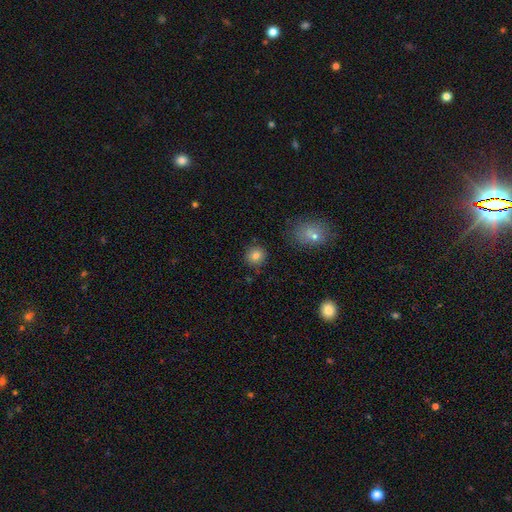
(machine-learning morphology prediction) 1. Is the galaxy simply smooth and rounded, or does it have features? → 82% smooth, 11% star or artifact, 8% featured or disk.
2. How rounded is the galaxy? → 89% round, 10% in between, 1% cigar-shaped.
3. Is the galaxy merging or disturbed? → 86% none, 8% minor disturbance, 3% merger, 2% major disturbance.